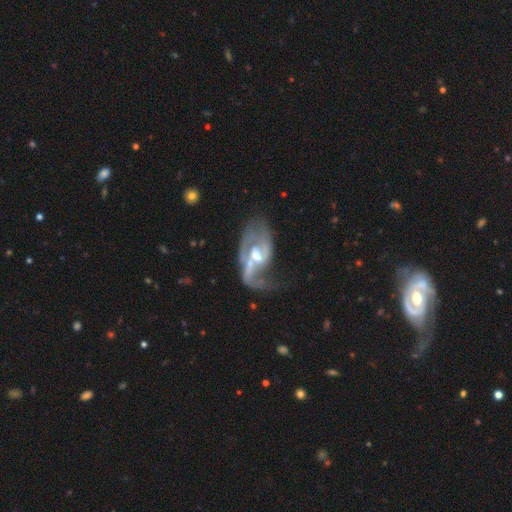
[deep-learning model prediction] Morphology: type=featured or disk (82%); edge-on=no (96%); bar=weak (48%); spiral arms=yes (84%); winding=medium (42%); arm count=2 (56%); bulge=moderate (62%); merging=major disturbance (32%).